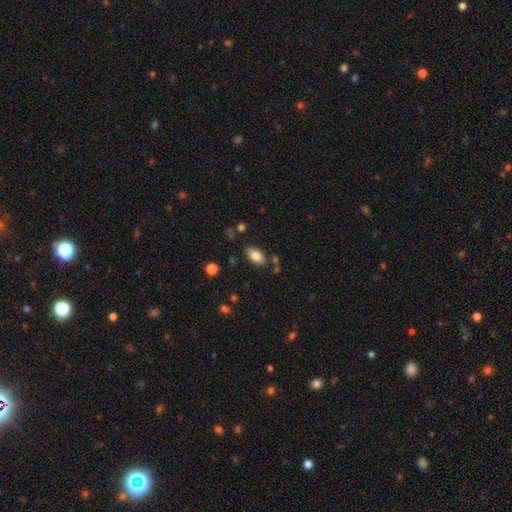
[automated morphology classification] smooth_or_featured: smooth (p=0.82) [alt: featured or disk p=0.09]
how_rounded: in between (p=0.92) [alt: round p=0.04]
merging: none (p=0.79) [alt: minor disturbance p=0.13]